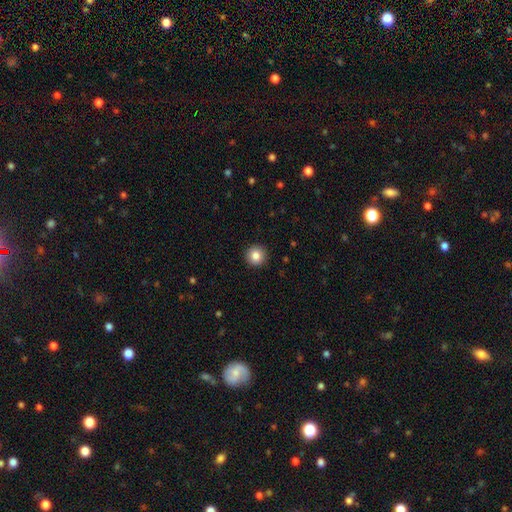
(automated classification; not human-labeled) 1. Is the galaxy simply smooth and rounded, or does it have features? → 84% smooth, 9% star or artifact, 6% featured or disk.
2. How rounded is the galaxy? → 95% round, 4% in between, 1% cigar-shaped.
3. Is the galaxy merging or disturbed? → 93% none, 5% minor disturbance, 2% major disturbance, 1% merger.